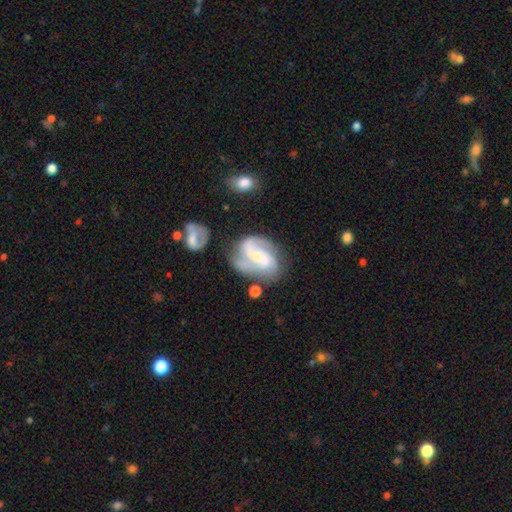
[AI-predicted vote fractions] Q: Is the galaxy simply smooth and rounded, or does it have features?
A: featured or disk — 85%.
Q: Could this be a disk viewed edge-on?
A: no — 97%.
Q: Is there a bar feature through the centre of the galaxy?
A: no — 45%.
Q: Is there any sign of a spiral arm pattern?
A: yes — 96%.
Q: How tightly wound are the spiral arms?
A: medium — 51%.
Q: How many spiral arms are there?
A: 2 — 62%.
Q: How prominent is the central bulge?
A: small — 63%.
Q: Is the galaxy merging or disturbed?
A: none — 57%.